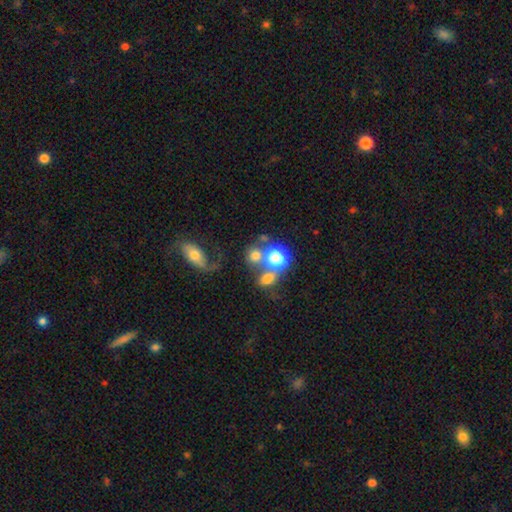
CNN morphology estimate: Q: Smooth or featured?
A: smooth (66%); runner-up: featured or disk (18%)
Q: How rounded?
A: round (76%); runner-up: in between (23%)
Q: Merging?
A: none (39%); runner-up: merger (38%)